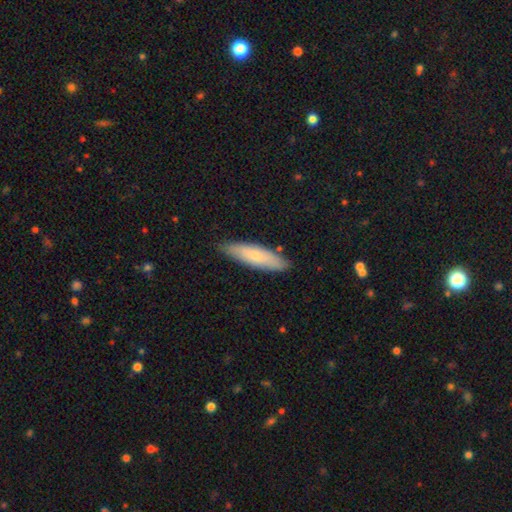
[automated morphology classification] Smooth or featured? Predicted: smooth (p=0.70). How rounded? Predicted: cigar-shaped (p=0.65). Merging? Predicted: none (p=0.83).